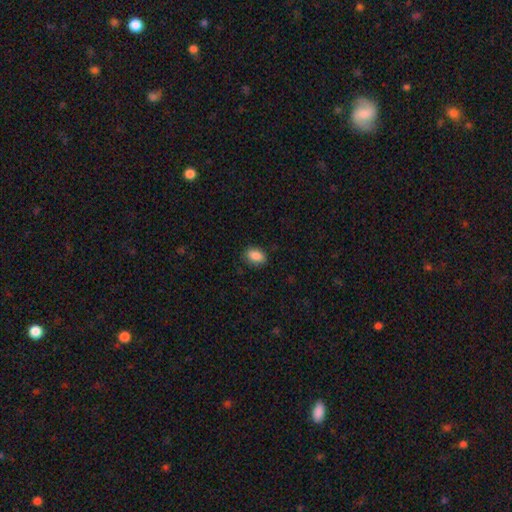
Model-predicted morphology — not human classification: Smooth or featured? smooth (88%)
How rounded? in between (84%)
Merging? none (83%)